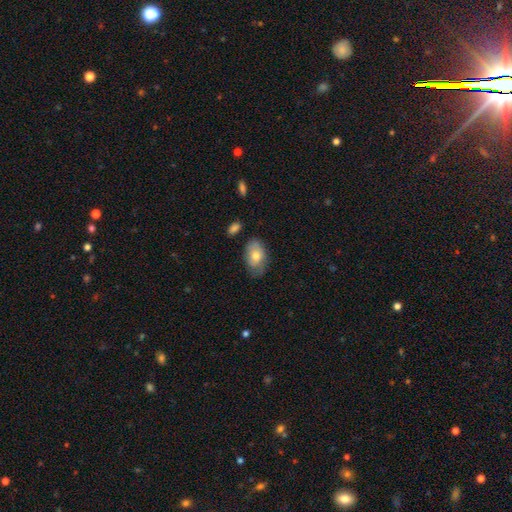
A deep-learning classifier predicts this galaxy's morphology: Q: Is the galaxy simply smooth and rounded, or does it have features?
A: smooth — 74%.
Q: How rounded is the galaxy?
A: in between — 90%.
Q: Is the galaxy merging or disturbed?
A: none — 66%.